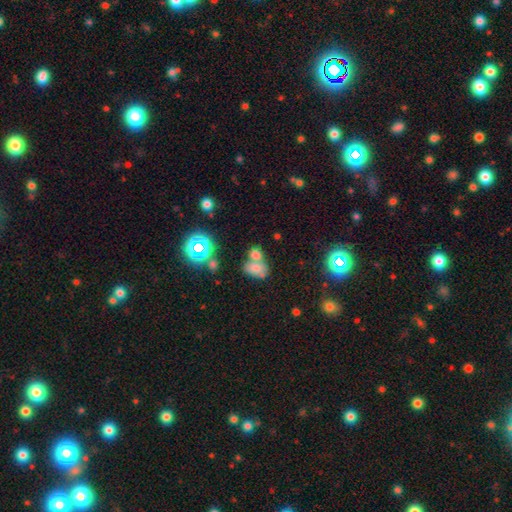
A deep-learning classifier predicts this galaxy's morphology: smooth-or-featured: smooth: 64% | star or artifact: 22% | featured or disk: 14%
  how-rounded: in between: 67% | round: 31% | cigar-shaped: 2%
  merging: merger: 52% | none: 34% | minor disturbance: 9% | major disturbance: 4%